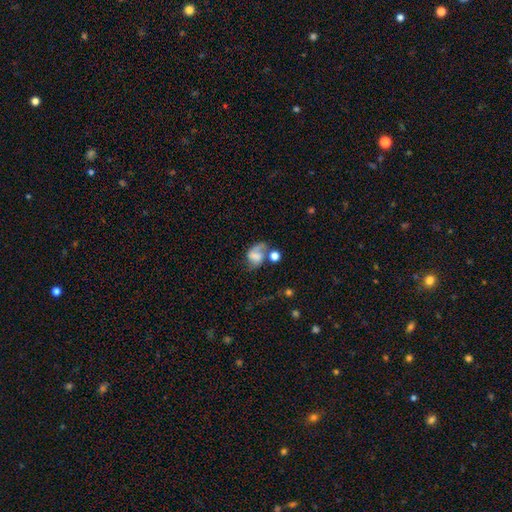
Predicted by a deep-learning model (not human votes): smooth_or_featured: featured or disk (p=0.50) [alt: smooth p=0.39]
merging: none (p=0.32) [alt: major disturbance p=0.26]